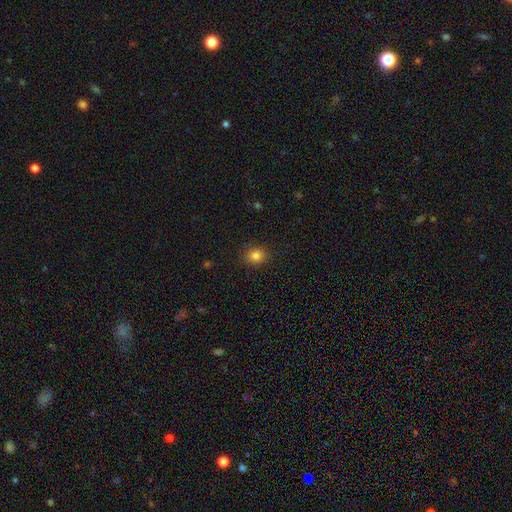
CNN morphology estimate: Smooth or featured: smooth — 83% (star or artifact — 12%)
How rounded: round — 71% (in between — 28%)
Merging: none — 89% (minor disturbance — 8%)